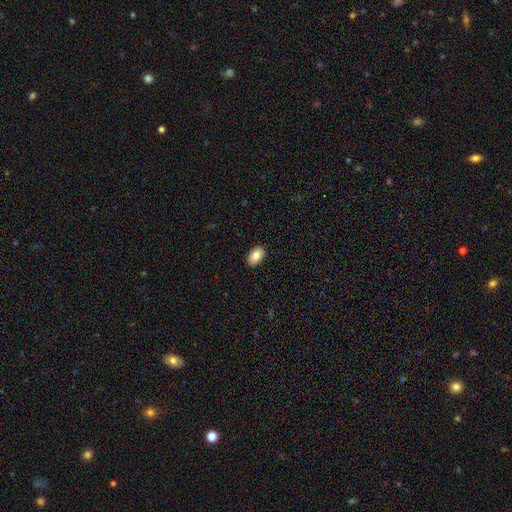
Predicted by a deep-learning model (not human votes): Smooth or featured? smooth (83%)
How rounded? in between (91%)
Merging? none (91%)